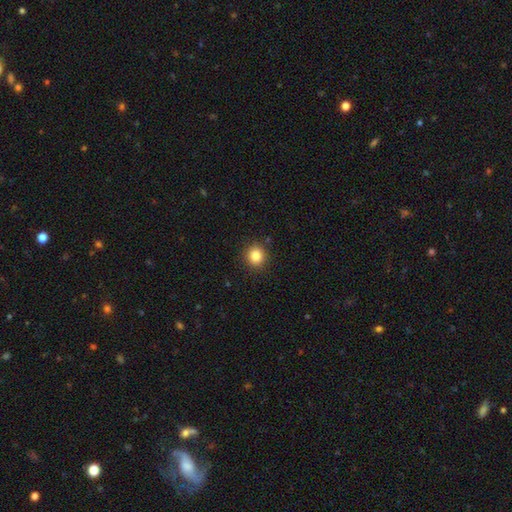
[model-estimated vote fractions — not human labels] Morphology: type=smooth (84%); roundness=round (88%); merging=none (90%).